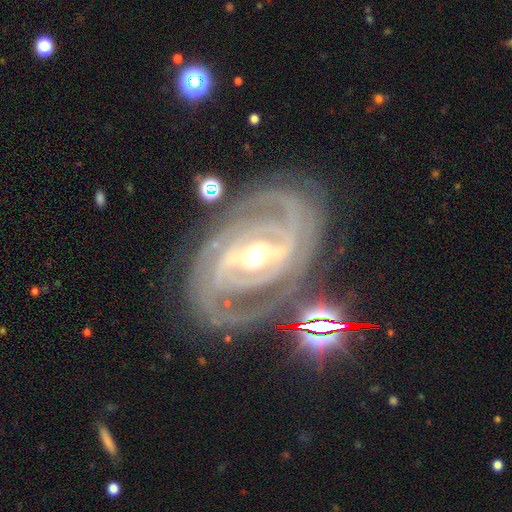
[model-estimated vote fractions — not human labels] A featured or disk galaxy (90%) with a strong bar (46%), 2 (43%) tight (68%) spiral arms (93%) and a moderate central bulge (69%).

Vote fractions:
- Smooth or featured? featured or disk: 90% / smooth: 5% / star or artifact: 5%
- Edge-on disk? no: 96% / yes: 4%
- Bar? strong: 46% / weak: 34% / no: 20%
- Spiral arms? yes: 93% / no: 7%
- Spiral winding? tight: 68% / medium: 25% / loose: 7%
- Spiral arm count? 2: 43% / can't tell: 21% / 3: 19% / 4: 7% / 1: 6% / more than 4: 5%
- Bulge size? moderate: 69% / small: 23% / large: 6% / dominant: 1% / none: 1%
- Merging? none: 71% / minor disturbance: 15% / major disturbance: 8% / merger: 5%